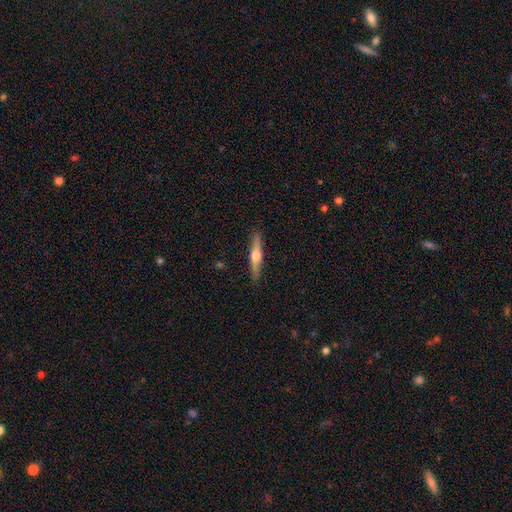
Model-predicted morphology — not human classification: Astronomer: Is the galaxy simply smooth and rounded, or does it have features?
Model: featured or disk — 61%.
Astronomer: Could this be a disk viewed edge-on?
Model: yes — 97%.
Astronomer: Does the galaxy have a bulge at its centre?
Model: rounded — 94%.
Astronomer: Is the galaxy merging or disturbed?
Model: none — 90%.